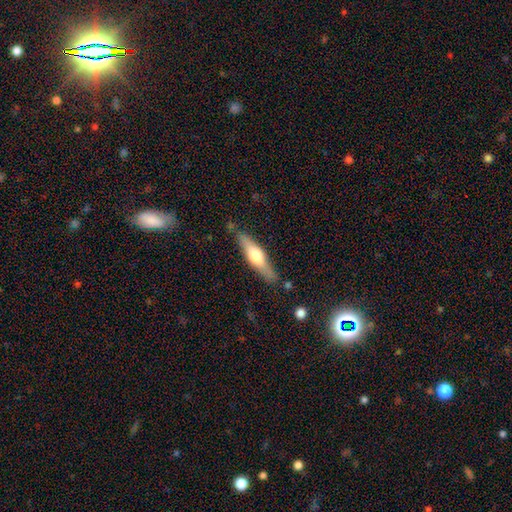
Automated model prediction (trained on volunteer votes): Smooth or featured? Predicted: featured or disk (p=0.51). Edge-on disk? Predicted: yes (p=0.91). Merging? Predicted: none (p=0.80).